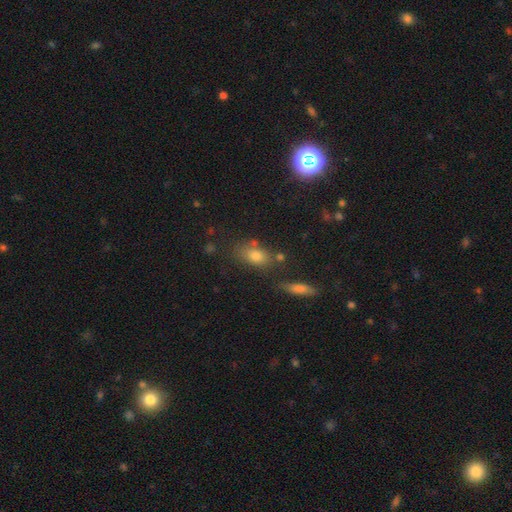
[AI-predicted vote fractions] smooth-or-featured: smooth: 72% | star or artifact: 16% | featured or disk: 12%
  how-rounded: in between: 76% | round: 18% | cigar-shaped: 7%
  merging: none: 69% | minor disturbance: 15% | merger: 11% | major disturbance: 5%